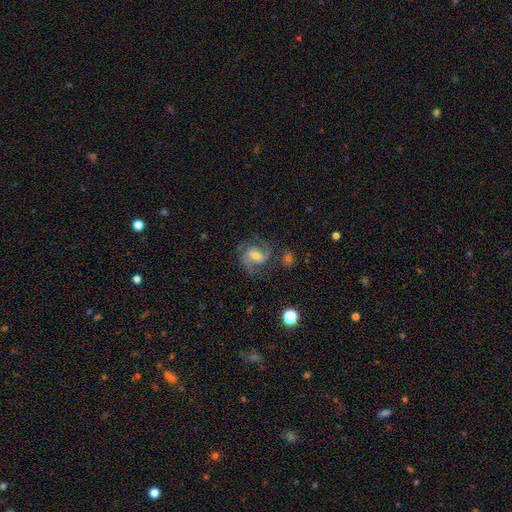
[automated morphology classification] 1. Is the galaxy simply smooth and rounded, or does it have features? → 79% featured or disk, 12% smooth, 9% star or artifact.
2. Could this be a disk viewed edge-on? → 97% no, 3% yes.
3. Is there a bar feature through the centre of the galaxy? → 46% weak, 32% no, 21% strong.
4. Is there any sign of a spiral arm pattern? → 95% yes, 5% no.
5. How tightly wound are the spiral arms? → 55% medium, 26% tight, 19% loose.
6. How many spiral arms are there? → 79% 2, 8% can't tell, 8% 3, 3% 1, 2% 4, 2% more than 4.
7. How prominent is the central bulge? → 53% moderate, 38% small, 5% large, 2% none, 1% dominant.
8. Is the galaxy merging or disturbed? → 70% none, 17% minor disturbance, 10% major disturbance, 3% merger.